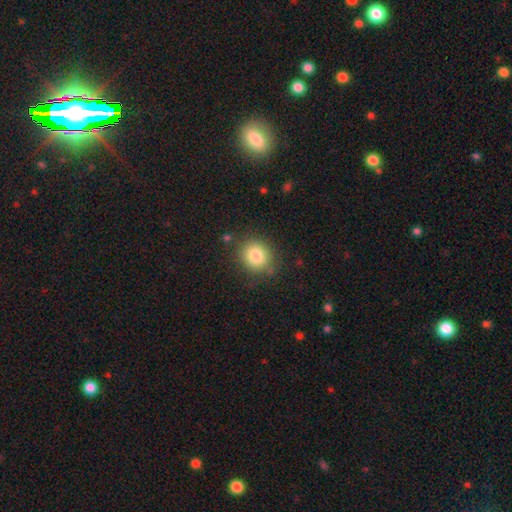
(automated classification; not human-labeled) This is clearly a smooth galaxy (83%). How rounded: clearly round (84%). Merging: clearly none (83%).